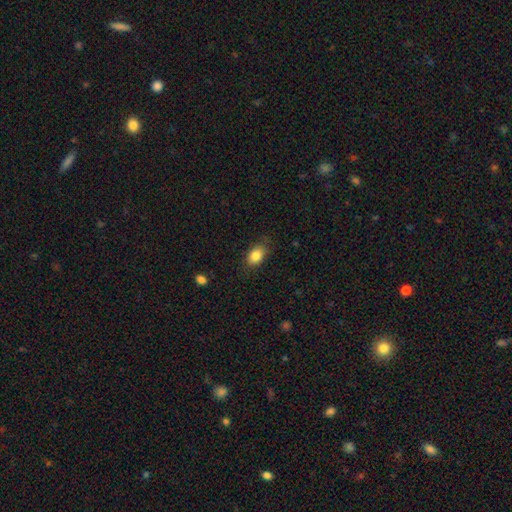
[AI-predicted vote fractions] Overall: smooth (85%). How rounded: in between (82%). Merging: none (79%).